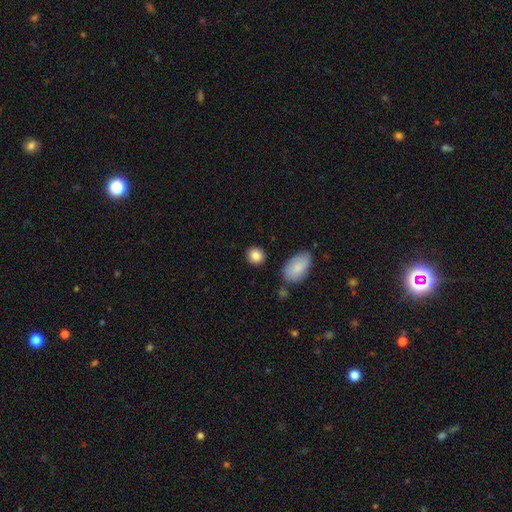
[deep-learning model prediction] The model was most divided on "how rounded": round: 80%, in between: 19%, cigar-shaped: 1%. More confident: merging — none (86%); smooth or featured — smooth (85%).